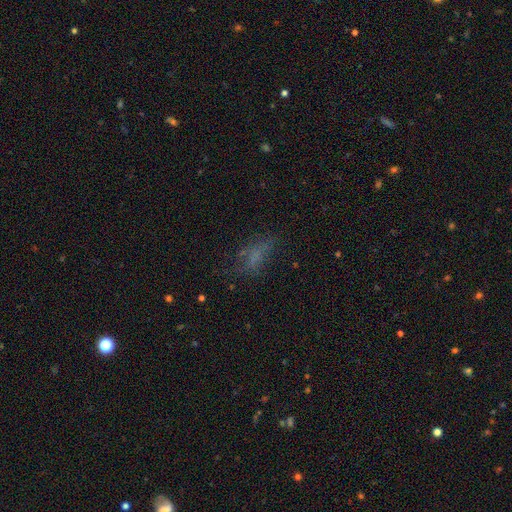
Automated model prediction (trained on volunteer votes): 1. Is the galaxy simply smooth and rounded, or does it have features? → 54% smooth, 23% featured or disk, 23% star or artifact.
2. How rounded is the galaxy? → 68% in between, 26% cigar-shaped, 6% round.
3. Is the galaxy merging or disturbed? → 51% none, 25% major disturbance, 22% minor disturbance, 3% merger.